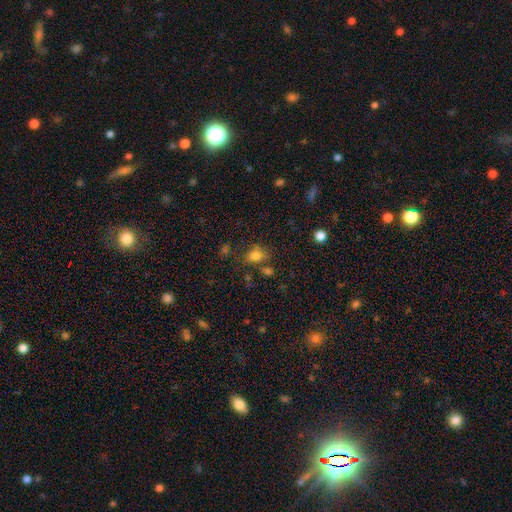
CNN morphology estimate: smooth_or_featured: smooth (p=0.78) [alt: star or artifact p=0.13]
how_rounded: in between (p=0.70) [alt: round p=0.28]
merging: none (p=0.61) [alt: minor disturbance p=0.19]